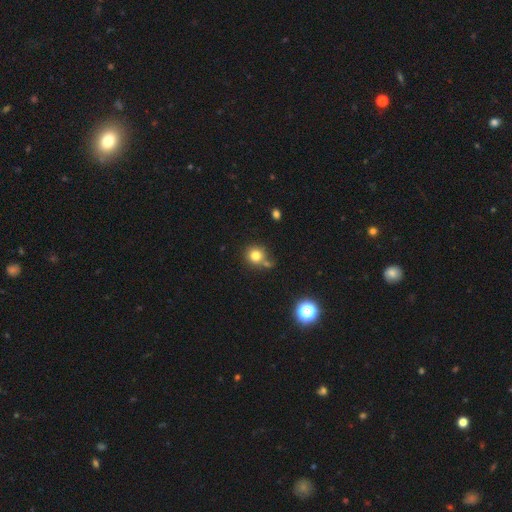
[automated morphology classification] Overall: smooth (79%). How rounded: round (91%). Merging: none (67%).